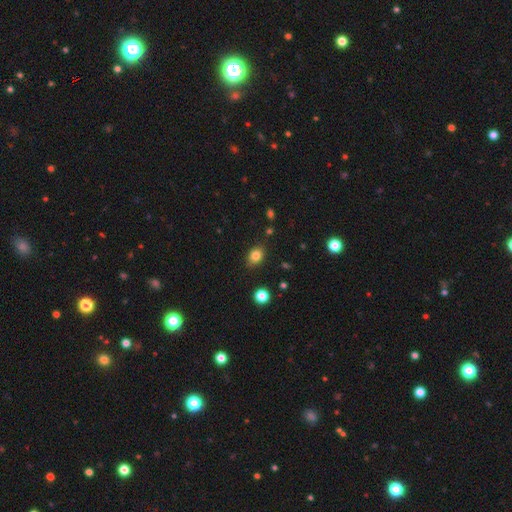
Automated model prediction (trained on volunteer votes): Smooth or featured?
  - smooth: 83% *
  - star or artifact: 11%
  - featured or disk: 7%
How rounded?
  - in between: 63% *
  - round: 35%
  - cigar-shaped: 1%
Merging?
  - none: 84% *
  - minor disturbance: 11%
  - major disturbance: 3%
  - merger: 2%